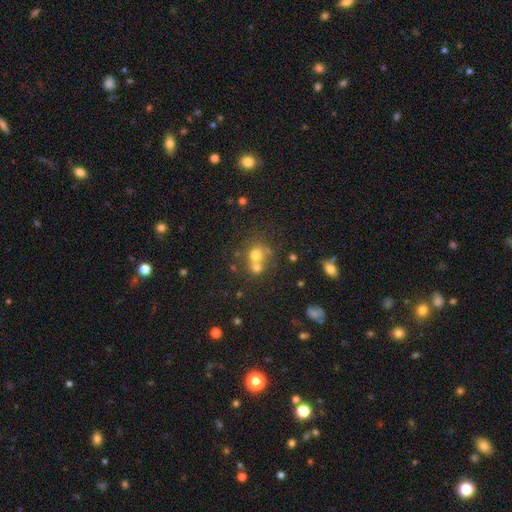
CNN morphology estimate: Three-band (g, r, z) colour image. It shows a smooth galaxy with no disk features (65%) that is round (77%). Merging: merger (45%).